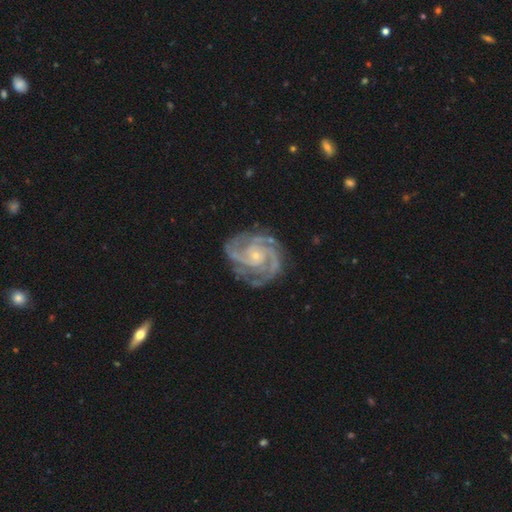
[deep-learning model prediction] Smooth or featured? featured or disk (92%)
Edge-on disk? no (98%)
Bar? no (71%)
Spiral arms? yes (99%)
Spiral winding? tight (64%)
Spiral arm count? 3 (40%)
Bulge size? small (79%)
Merging? none (77%)